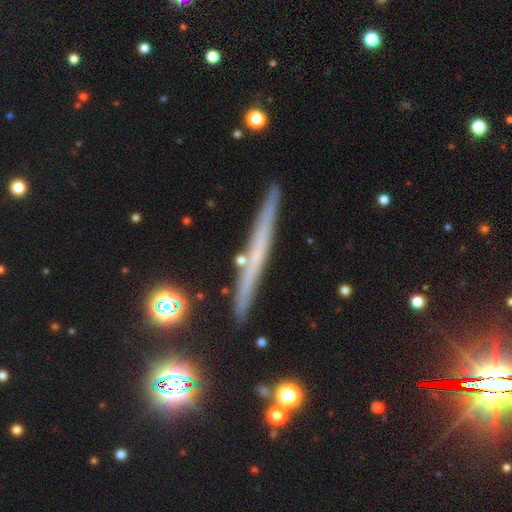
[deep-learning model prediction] The model was most divided on "smooth or featured": featured or disk: 56%, smooth: 33%, star or artifact: 12%. More confident: edge-on disk — yes (96%); merging — none (88%); edge-on bulge — none (87%).